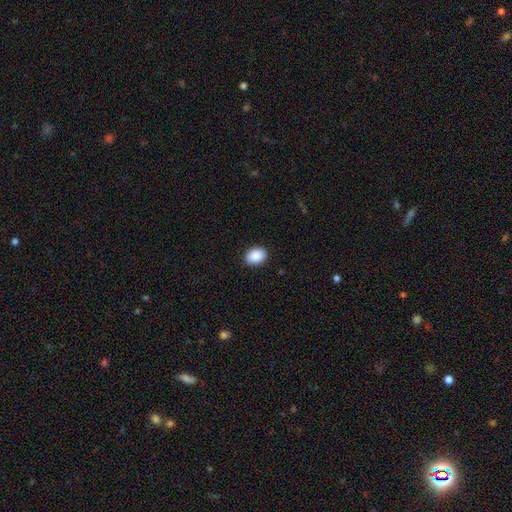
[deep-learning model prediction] This is clearly a smooth galaxy (89%). How rounded: likely in between (66%). Merging: clearly none (90%).